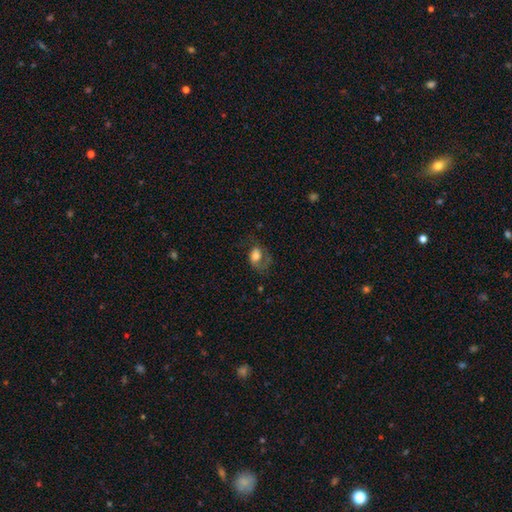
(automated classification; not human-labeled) Overall: smooth (60%; featured or disk 31%). How rounded: in between (70%). Merging: none (38%; major disturbance 35%).